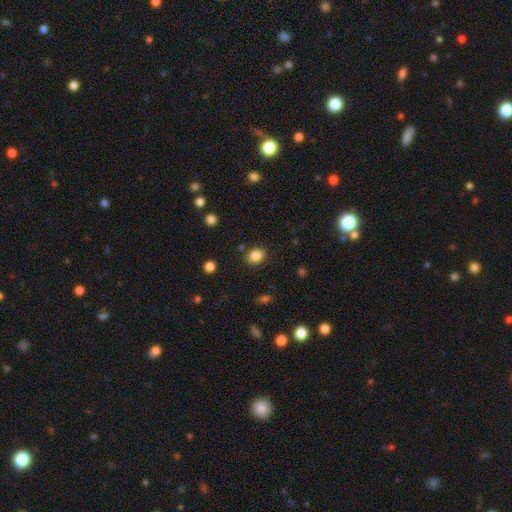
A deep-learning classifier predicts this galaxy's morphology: This is clearly a smooth galaxy (84%). How rounded: possibly round (50%). Merging: clearly none (84%).